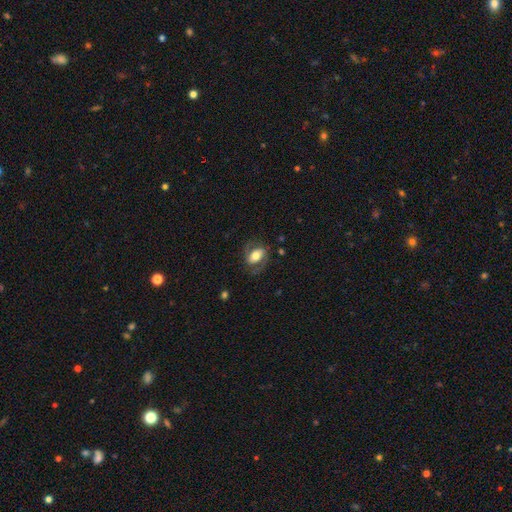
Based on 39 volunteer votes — Volunteers were most divided on "spiral winding" (2-way tie): medium: 36%, loose: 36%, tight: 29%. Remaining: edge-on disk — no (95%); spiral arm count — 2 (86%); spiral arms — yes (74%); merging — none (66%); bulge size — large (53%); smooth or featured — featured or disk (51%); bar — no (47%).